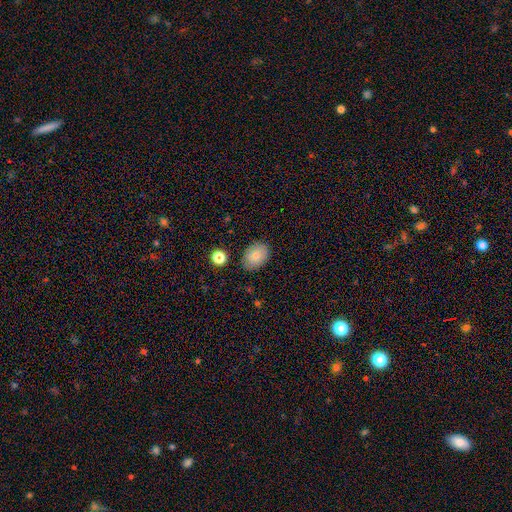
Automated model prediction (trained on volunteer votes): Smooth or featured: smooth — 82% (featured or disk — 11%)
How rounded: in between — 79% (round — 20%)
Merging: none — 83% (minor disturbance — 12%)